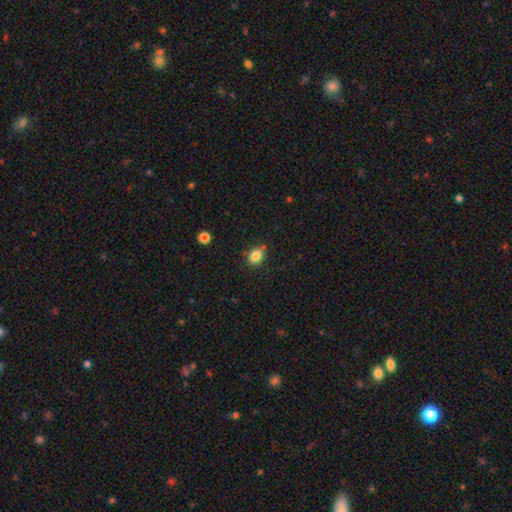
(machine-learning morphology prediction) The model was most divided on "how rounded": in between: 61%, round: 38%, cigar-shaped: 1%. More confident: smooth or featured — smooth (84%); merging — none (78%).